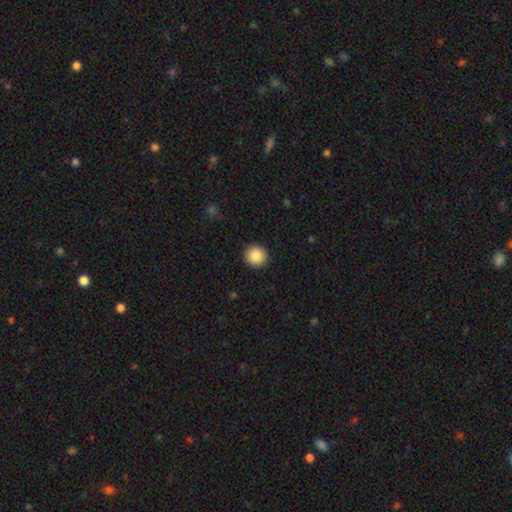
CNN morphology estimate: smooth 87%, star or artifact 8%, featured or disk 5%. Down the decision tree: how rounded — round (94%); merging — none (93%).